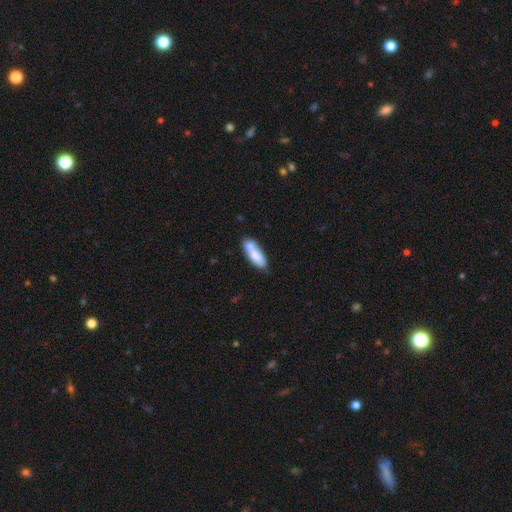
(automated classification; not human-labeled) smooth_or_featured: smooth (p=0.71) [alt: featured or disk p=0.22]
how_rounded: in between (p=0.66) [alt: cigar-shaped p=0.31]
merging: merger (p=0.43) [alt: none p=0.37]